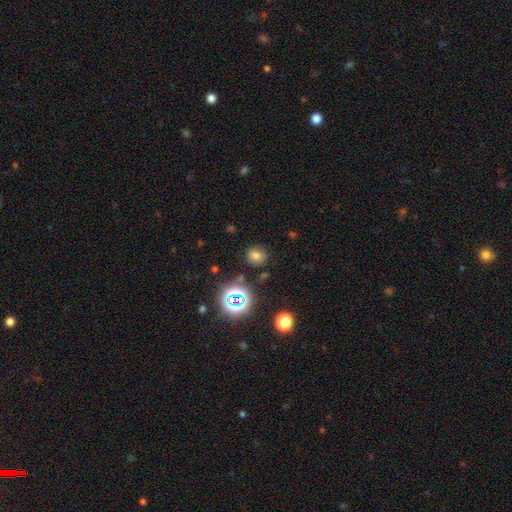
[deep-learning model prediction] Smooth or featured? Predicted: smooth (p=0.68). How rounded? Predicted: round (p=0.75). Merging? Predicted: none (p=0.82).